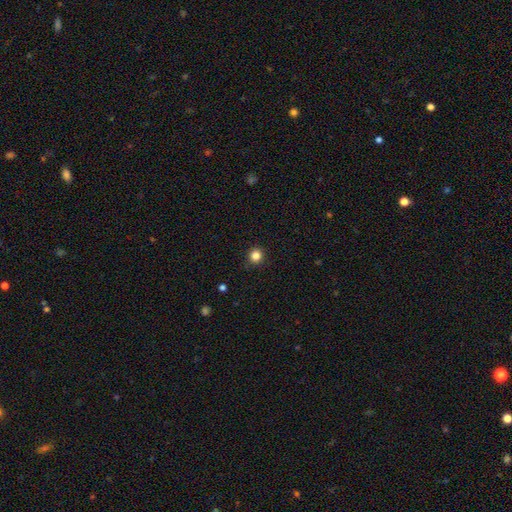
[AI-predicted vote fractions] Smooth or featured: smooth — 84% (star or artifact — 12%)
How rounded: round — 94% (in between — 6%)
Merging: none — 92% (minor disturbance — 5%)